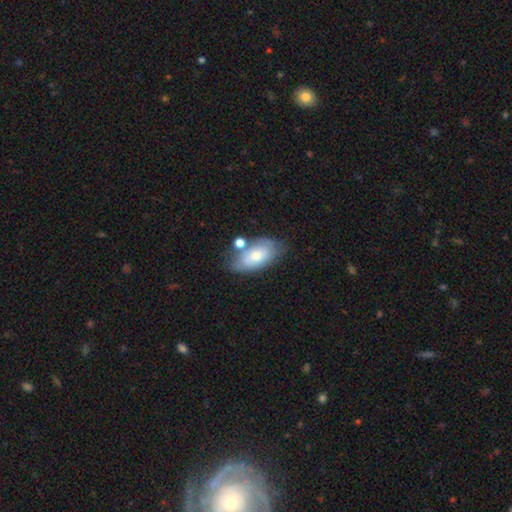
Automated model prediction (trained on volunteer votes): Q: Smooth or featured?
A: smooth (56%); runner-up: featured or disk (37%)
Q: How rounded?
A: in between (91%); runner-up: round (6%)
Q: Merging?
A: none (53%); runner-up: minor disturbance (23%)